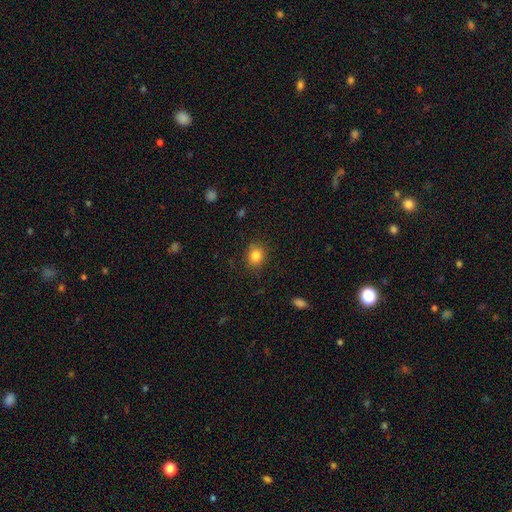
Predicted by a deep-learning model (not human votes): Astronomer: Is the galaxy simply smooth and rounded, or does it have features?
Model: smooth — 83%.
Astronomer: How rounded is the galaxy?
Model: round — 64%.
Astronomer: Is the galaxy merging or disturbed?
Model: none — 84%.